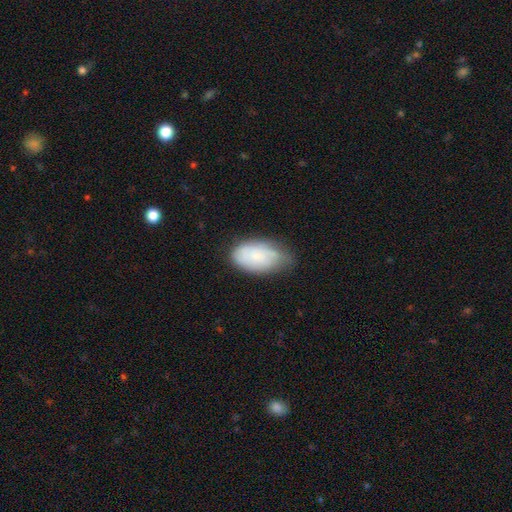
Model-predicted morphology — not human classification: type=smooth (69%); roundness=in between (94%); merging=none (52%).